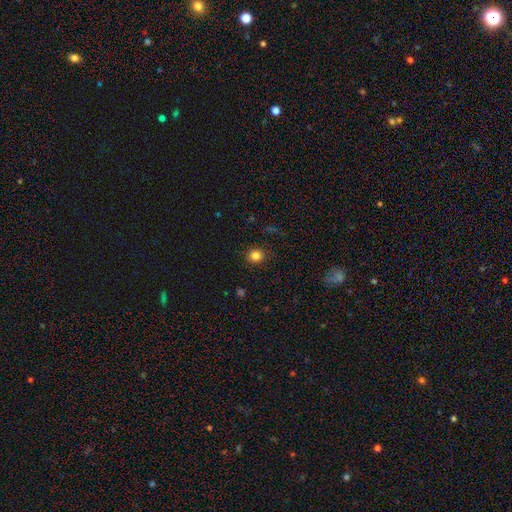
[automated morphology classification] A smooth galaxy with no disk features (83%) that is round (82%). Merging: none (88%).